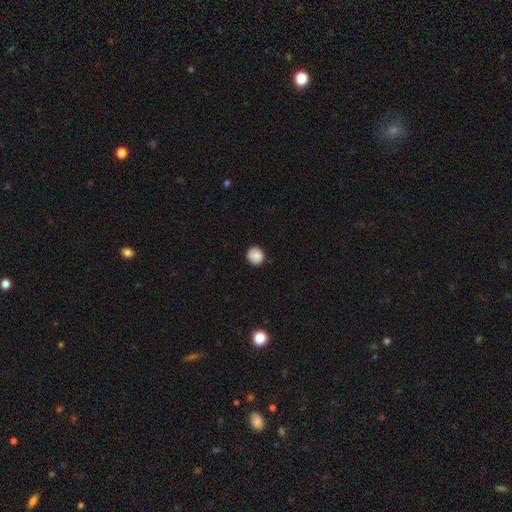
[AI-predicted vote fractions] The model was most divided on "how rounded": round: 88%, in between: 11%, cigar-shaped: 1%. More confident: merging — none (89%); smooth or featured — smooth (88%).